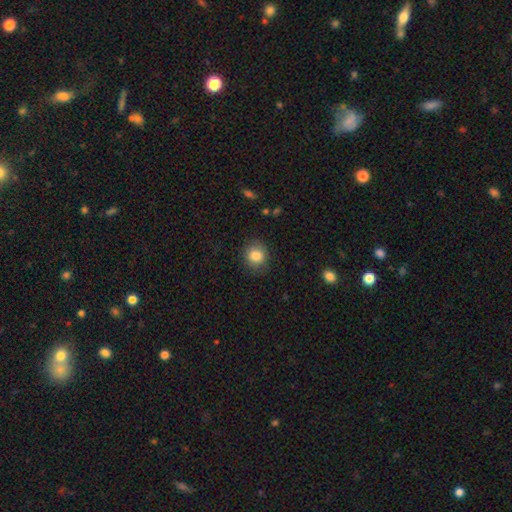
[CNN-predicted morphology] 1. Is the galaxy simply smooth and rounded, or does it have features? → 83% smooth, 10% star or artifact, 7% featured or disk.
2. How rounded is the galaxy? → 81% round, 18% in between, 1% cigar-shaped.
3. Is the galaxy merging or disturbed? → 83% none, 12% minor disturbance, 3% major disturbance, 1% merger.